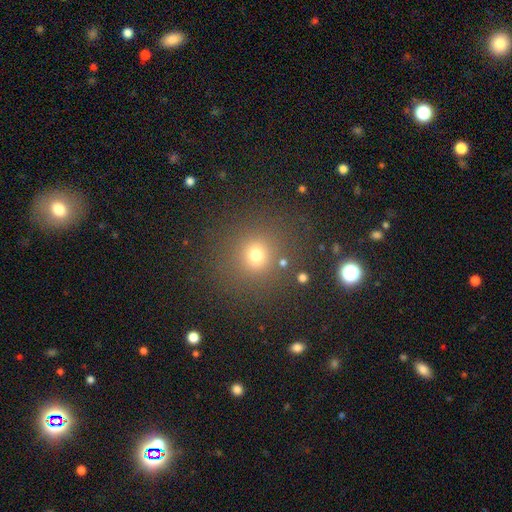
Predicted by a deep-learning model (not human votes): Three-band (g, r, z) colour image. It shows a smooth galaxy with no disk features (62%) that is round (91%). Merging: none (87%).